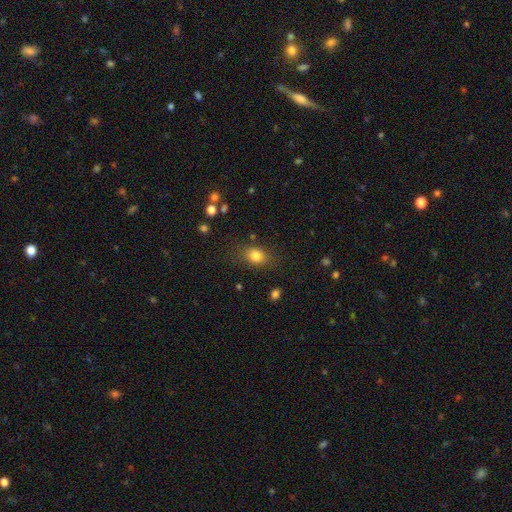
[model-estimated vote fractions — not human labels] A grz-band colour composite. It shows a smooth galaxy with no disk features (81%) that is in between round and cigar-shaped (66%). Merging: none (78%).